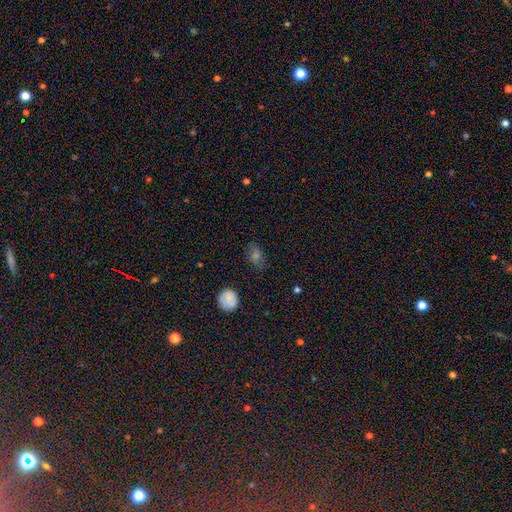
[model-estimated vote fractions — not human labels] A smooth galaxy with no disk features (58%) that is in between round and cigar-shaped (76%).

Vote fractions:
- Smooth or featured? smooth: 58% / star or artifact: 24% / featured or disk: 19%
- How rounded? in between: 76% / round: 20% / cigar-shaped: 5%
- Merging? none: 80% / minor disturbance: 14% / major disturbance: 4% / merger: 2%